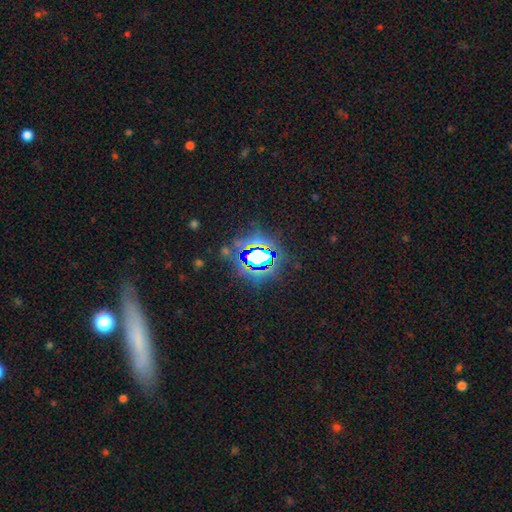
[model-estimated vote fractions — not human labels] Q: Smooth or featured?
A: star or artifact (72%); runner-up: smooth (17%)